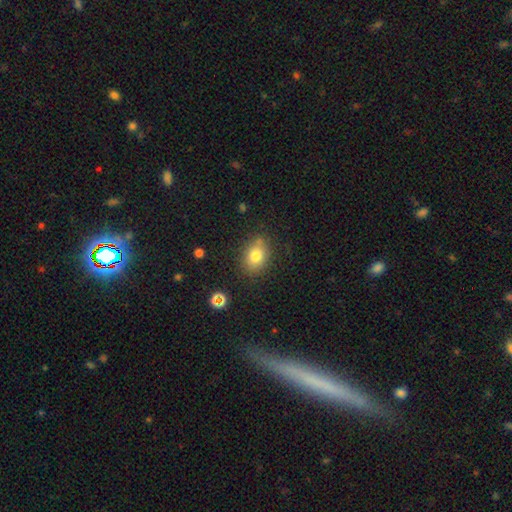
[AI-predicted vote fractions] A smooth galaxy with no disk features (79%) that is in between round and cigar-shaped (68%). Merging: none (78%).